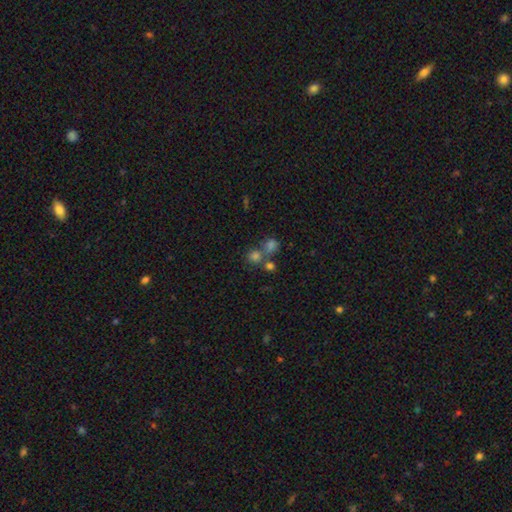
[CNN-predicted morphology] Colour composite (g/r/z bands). It shows a smooth galaxy with no disk features (65%) that is round (85%). Merging: none (52%).